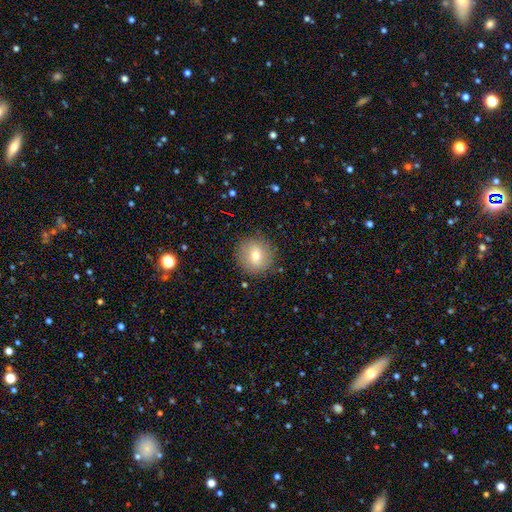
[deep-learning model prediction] Overall: smooth (72%). How rounded: round (92%). Merging: none (88%).